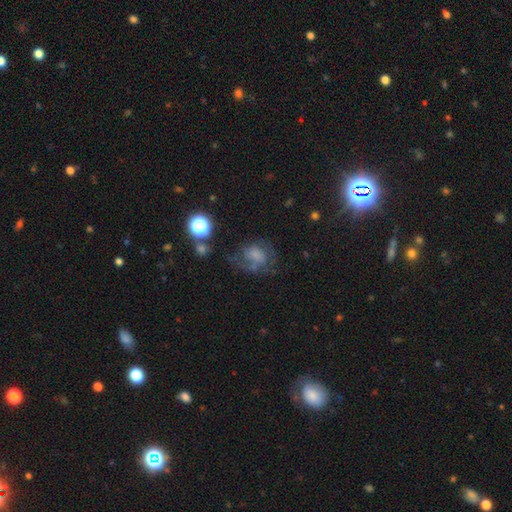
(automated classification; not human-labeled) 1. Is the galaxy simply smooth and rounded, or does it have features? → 45% featured or disk, 40% smooth, 14% star or artifact.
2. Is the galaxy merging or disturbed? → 39% none, 34% major disturbance, 23% minor disturbance, 5% merger.